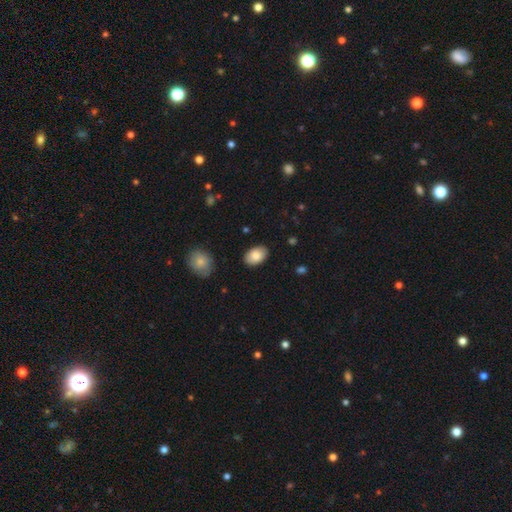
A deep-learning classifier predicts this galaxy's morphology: This is clearly a smooth galaxy (86%). How rounded: clearly in between (90%). Merging: clearly none (88%).